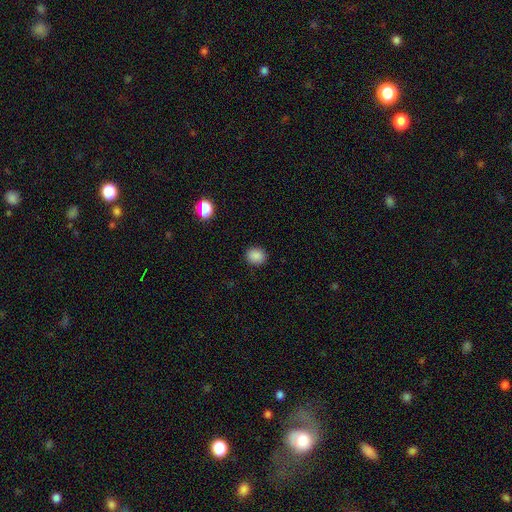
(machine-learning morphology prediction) smooth_or_featured: smooth (p=0.87) [alt: star or artifact p=0.10]
how_rounded: round (p=0.70) [alt: in between p=0.30]
merging: none (p=0.90) [alt: minor disturbance p=0.07]